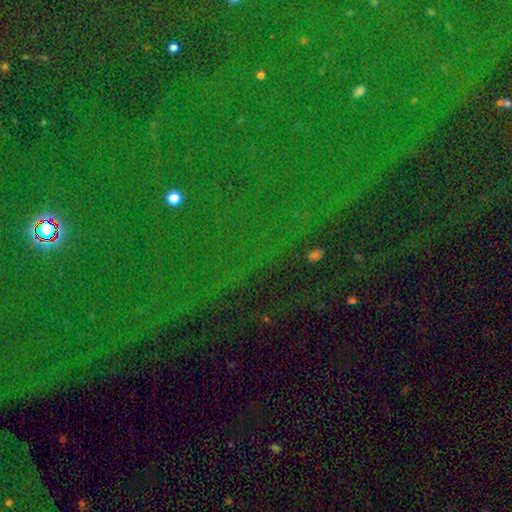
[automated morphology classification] The model was most divided on "smooth or featured": star or artifact: 83%, smooth: 9%, featured or disk: 8%.